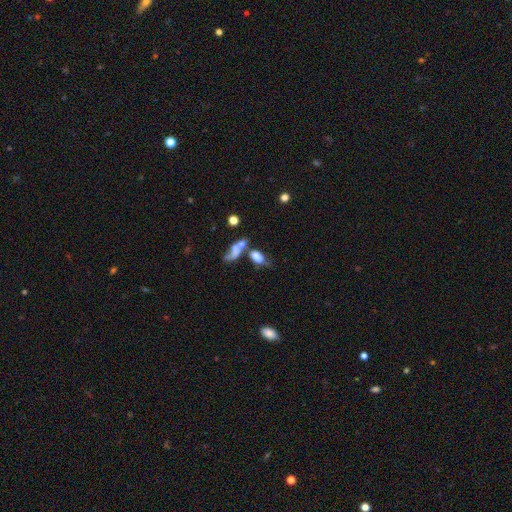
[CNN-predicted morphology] Smooth or featured: smooth — 65% (featured or disk — 22%)
How rounded: in between — 81% (round — 12%)
Merging: merger — 47% (none — 23%)